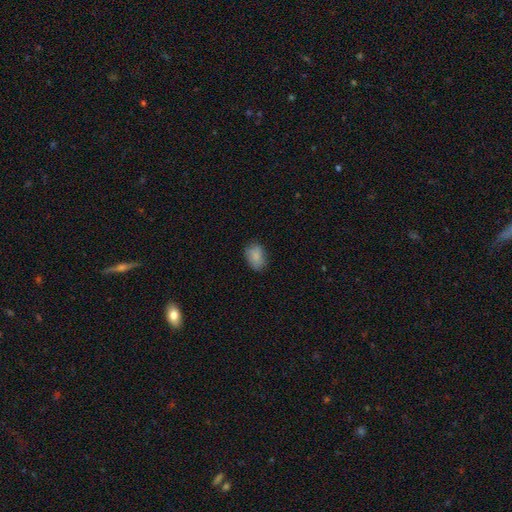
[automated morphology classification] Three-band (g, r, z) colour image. It shows a smooth galaxy with no disk features (86%) that is in between round and cigar-shaped (81%). Merging: none (77%).